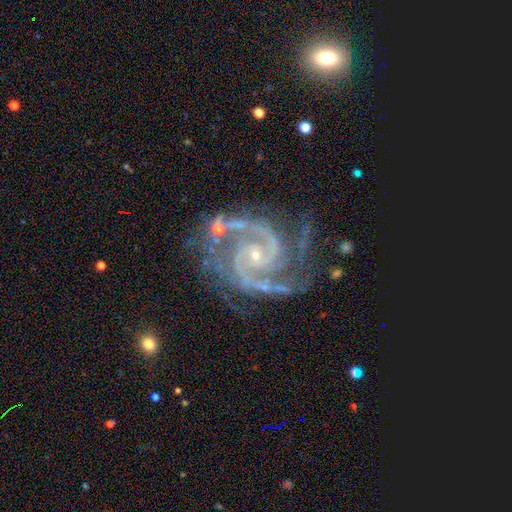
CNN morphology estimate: type=featured or disk (94%); edge-on=no (98%); bar=no (64%); spiral arms=yes (99%); winding=medium (48%); arm count=2 (70%); bulge=small (85%); merging=none (65%).